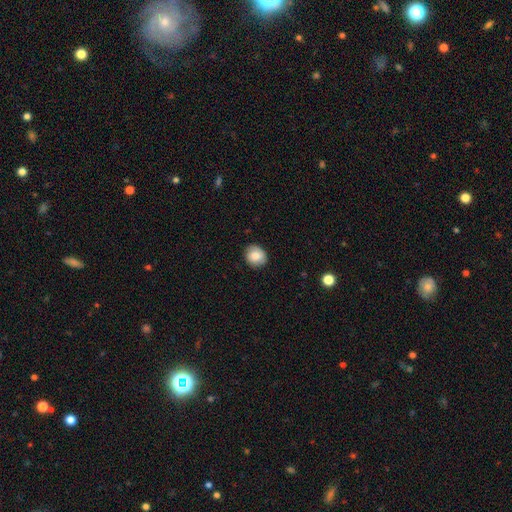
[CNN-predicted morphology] Q: Smooth or featured?
A: smooth (82%); runner-up: featured or disk (10%)
Q: How rounded?
A: round (76%); runner-up: in between (23%)
Q: Merging?
A: none (86%); runner-up: minor disturbance (11%)